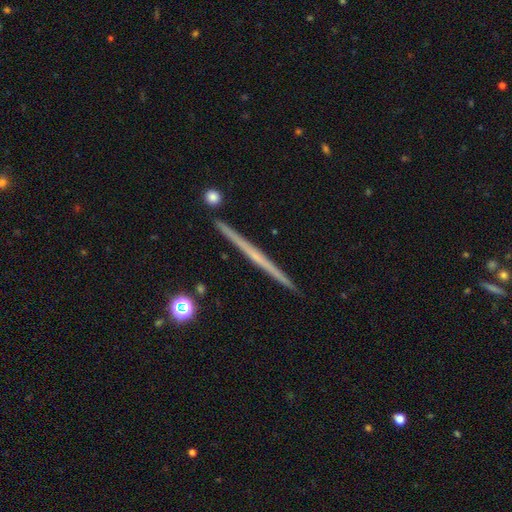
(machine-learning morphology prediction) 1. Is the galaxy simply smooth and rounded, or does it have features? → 68% featured or disk, 26% smooth, 6% star or artifact.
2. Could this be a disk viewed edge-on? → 98% yes, 2% no.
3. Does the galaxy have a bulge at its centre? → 78% none, 18% rounded, 4% boxy.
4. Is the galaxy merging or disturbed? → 92% none, 5% minor disturbance, 2% merger, 1% major disturbance.